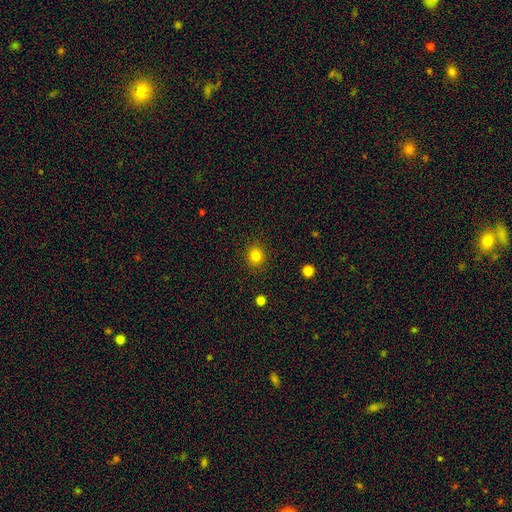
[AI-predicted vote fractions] smooth-or-featured: smooth: 82% | star or artifact: 13% | featured or disk: 5%
  how-rounded: round: 86% | in between: 13% | cigar-shaped: 1%
  merging: none: 90% | minor disturbance: 6% | major disturbance: 2% | merger: 1%